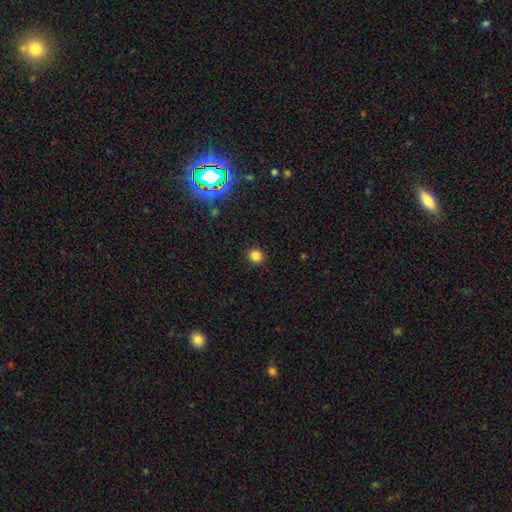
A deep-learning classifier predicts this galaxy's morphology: Smooth or featured?
  - smooth: 81% *
  - star or artifact: 15%
  - featured or disk: 4%
How rounded?
  - round: 85% *
  - in between: 14%
  - cigar-shaped: 1%
Merging?
  - none: 90% *
  - minor disturbance: 6%
  - major disturbance: 2%
  - merger: 1%